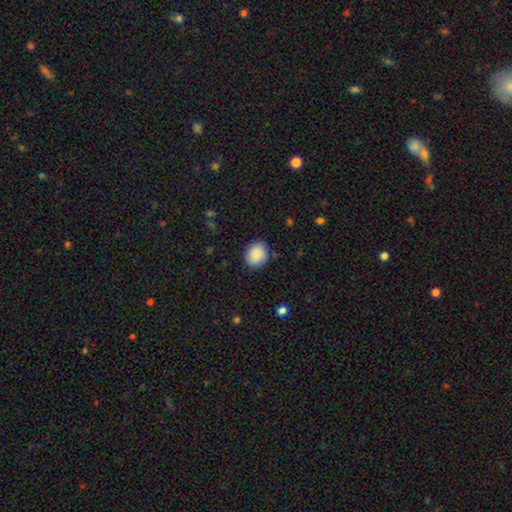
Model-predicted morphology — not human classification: This is clearly a smooth galaxy (89%). How rounded: likely round (65%). Merging: clearly none (87%).